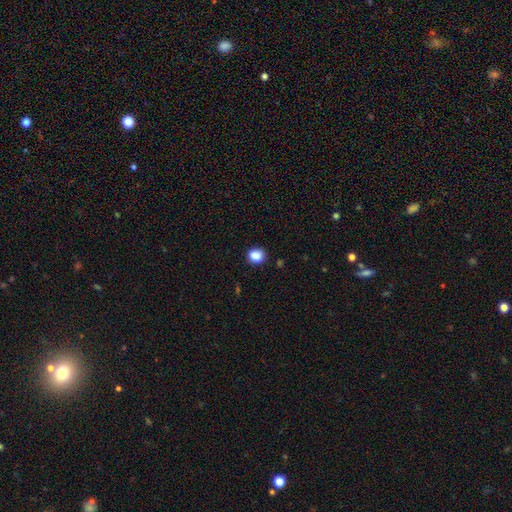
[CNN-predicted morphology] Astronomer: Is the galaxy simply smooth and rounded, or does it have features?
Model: smooth — 87%.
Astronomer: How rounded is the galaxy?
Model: round — 71%.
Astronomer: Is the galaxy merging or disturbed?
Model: none — 88%.